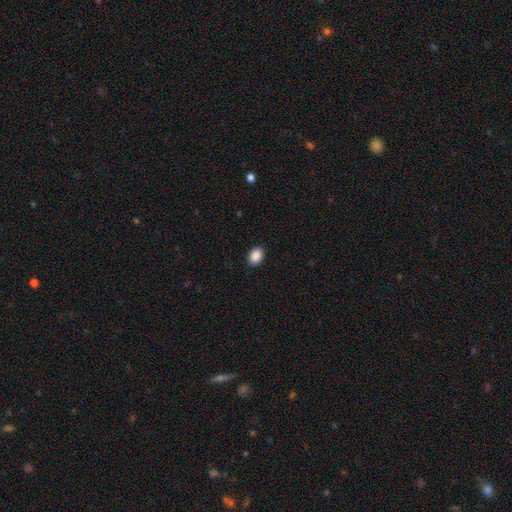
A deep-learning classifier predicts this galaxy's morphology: Smooth or featured? smooth (90%)
How rounded? in between (74%)
Merging? none (90%)